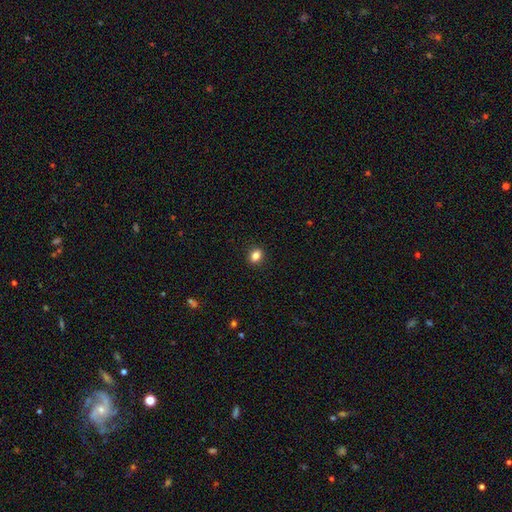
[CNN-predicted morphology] A smooth galaxy with no disk features (84%) that is in between round and cigar-shaped (55%). Merging: none (90%).